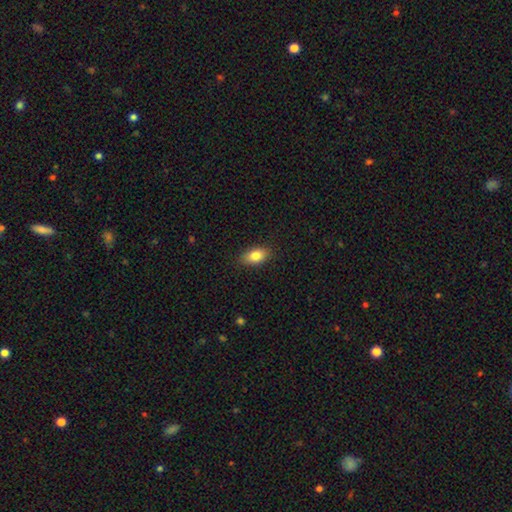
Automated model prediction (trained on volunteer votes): smooth 82%, featured or disk 10%, star or artifact 8%. Down the decision tree: how rounded — in between (89%); merging — none (87%).